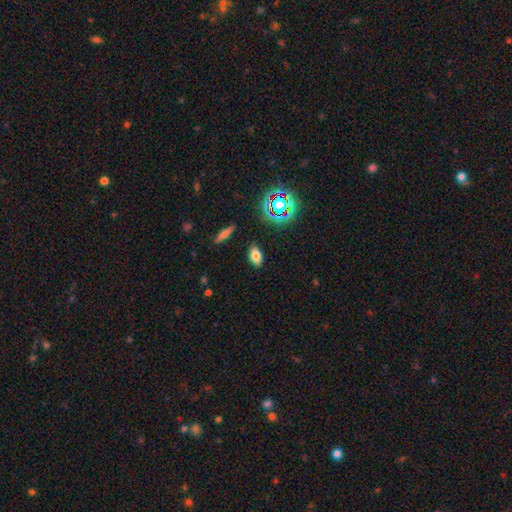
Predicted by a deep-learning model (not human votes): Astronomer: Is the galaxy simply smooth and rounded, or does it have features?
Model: smooth — 74%.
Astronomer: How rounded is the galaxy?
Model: in between — 86%.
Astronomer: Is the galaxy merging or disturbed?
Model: none — 86%.